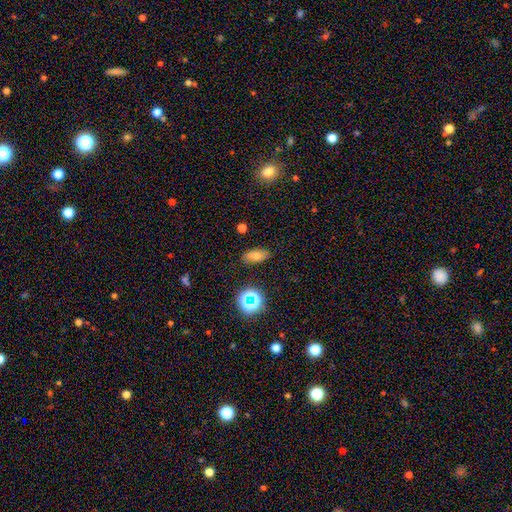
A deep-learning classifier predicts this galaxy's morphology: Smooth or featured? smooth (72%)
How rounded? in between (82%)
Merging? none (83%)